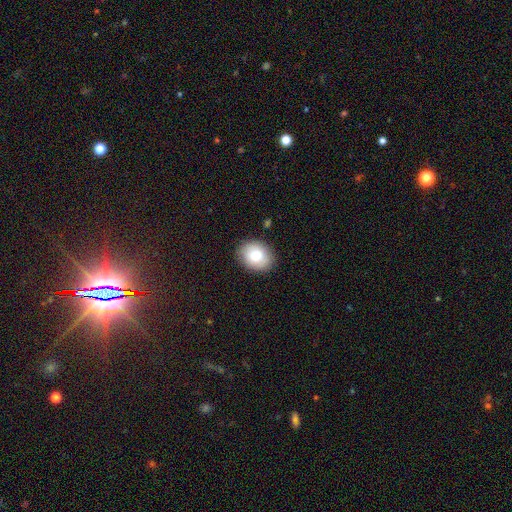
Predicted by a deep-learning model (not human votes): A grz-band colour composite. It shows a smooth galaxy with no disk features (79%) that is in between round and cigar-shaped (51%). Merging: none (87%).